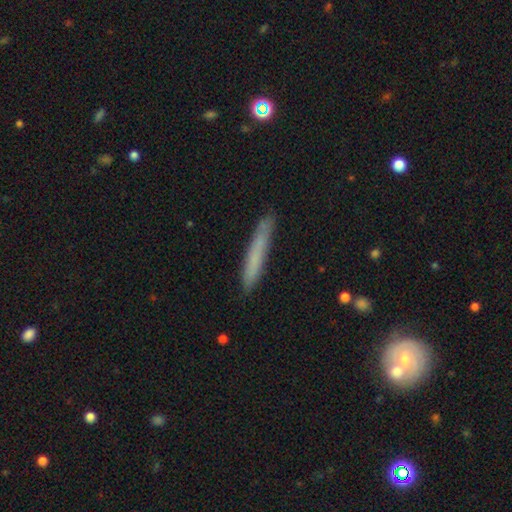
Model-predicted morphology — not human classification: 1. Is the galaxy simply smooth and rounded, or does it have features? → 67% smooth, 26% featured or disk, 7% star or artifact.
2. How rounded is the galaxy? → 95% cigar-shaped, 3% in between, 1% round.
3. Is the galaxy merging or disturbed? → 84% none, 13% minor disturbance, 2% major disturbance, 2% merger.